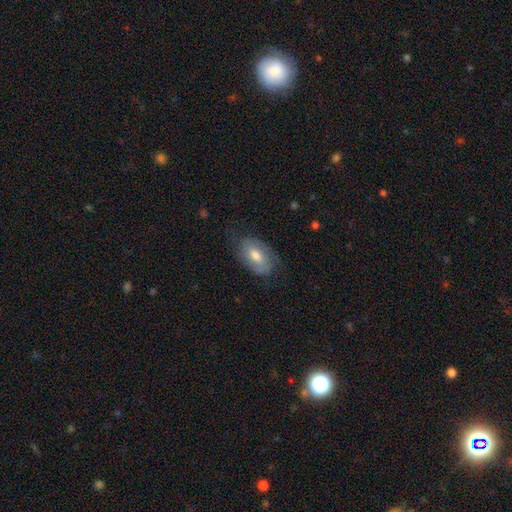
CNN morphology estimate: Smooth or featured?
  - smooth: 49% *
  - featured or disk: 44%
  - star or artifact: 7%
Merging?
  - none: 69% *
  - minor disturbance: 22%
  - major disturbance: 8%
  - merger: 1%